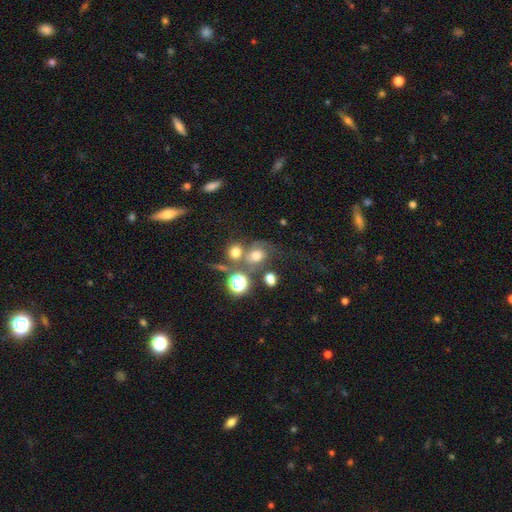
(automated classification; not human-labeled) A smooth galaxy with no disk features (55%) that is round (64%). Merging: none (37%).